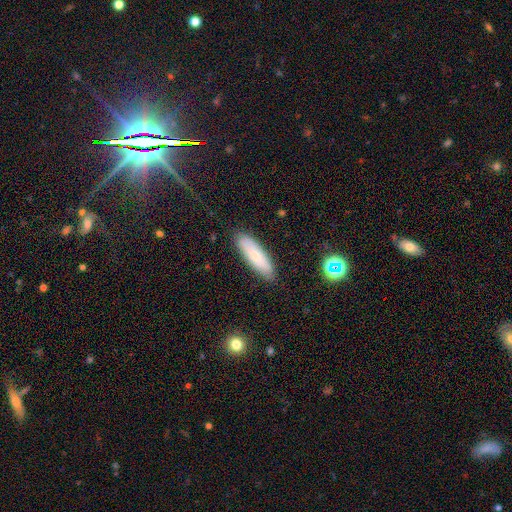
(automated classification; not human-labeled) smooth_or_featured: smooth (p=0.75) [alt: featured or disk p=0.17]
how_rounded: cigar-shaped (p=0.57) [alt: in between p=0.41]
merging: none (p=0.85) [alt: minor disturbance p=0.11]